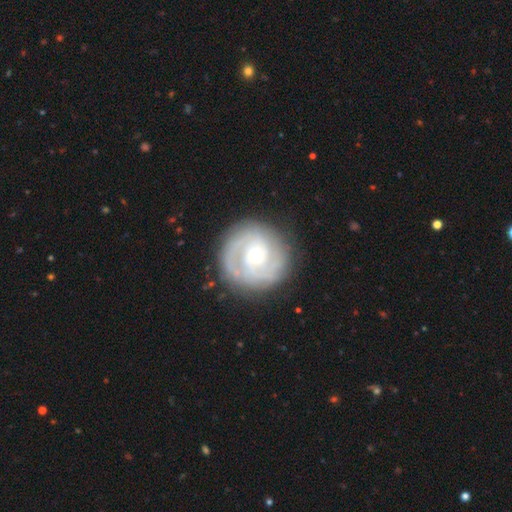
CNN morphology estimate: type=featured or disk (83%); edge-on=no (98%); bar=no (67%); spiral arms=yes (95%); winding=tight (64%); arm count=2 (38%); bulge=small (58%); merging=none (83%).